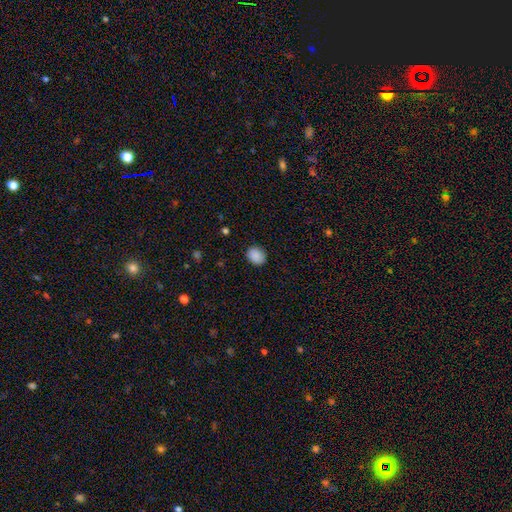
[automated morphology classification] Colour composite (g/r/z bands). It shows a smooth galaxy with no disk features (89%) that is round (51%). Merging: none (88%).